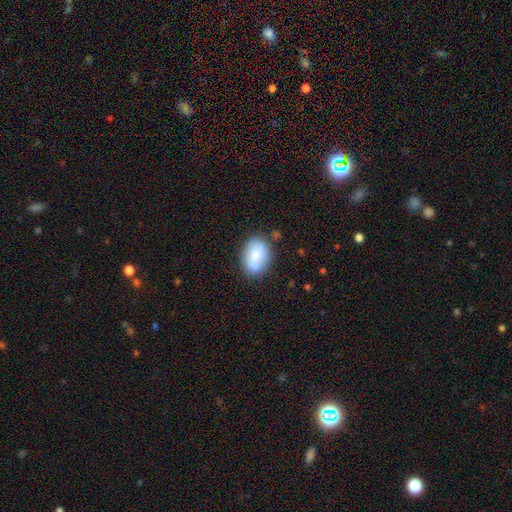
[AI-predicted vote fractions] The model was most divided on "merging": none: 74%, minor disturbance: 18%, major disturbance: 5%, merger: 4%. More confident: smooth or featured — smooth (79%); how rounded — in between (78%).